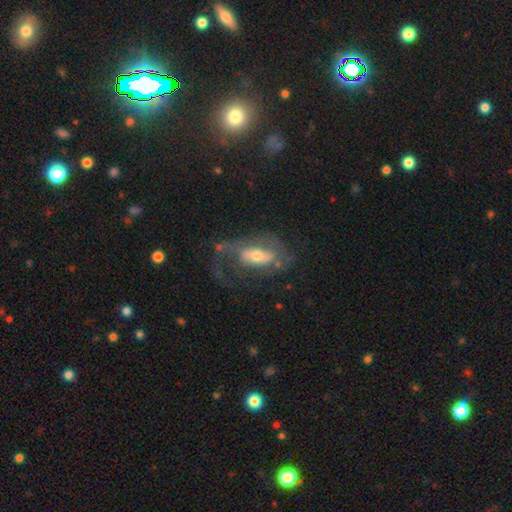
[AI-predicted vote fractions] Smooth or featured? featured or disk (71%)
Edge-on disk? no (91%)
Bar? no (44%)
Spiral arms? yes (82%)
Spiral winding? medium (42%)
Spiral arm count? 2 (42%)
Bulge size? moderate (56%)
Merging? none (41%)